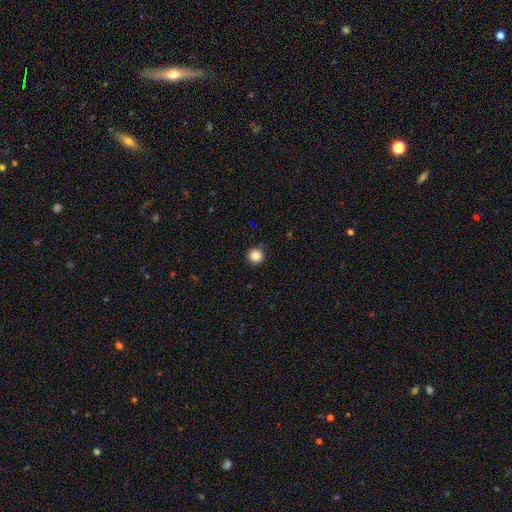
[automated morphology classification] The model was most divided on "smooth or featured": smooth: 85%, star or artifact: 11%, featured or disk: 4%. More confident: how rounded — round (96%); merging — none (92%).